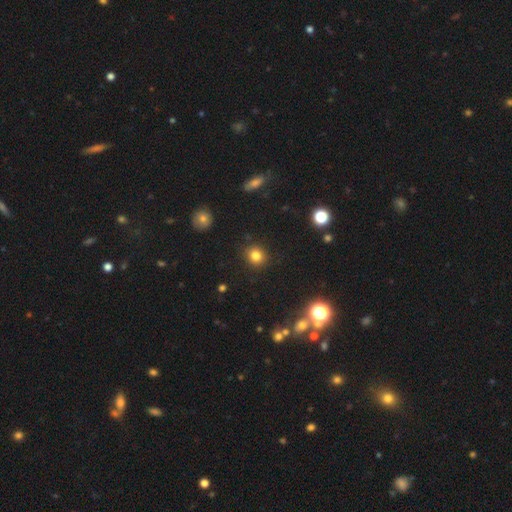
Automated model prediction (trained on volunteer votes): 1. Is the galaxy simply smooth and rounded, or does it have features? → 81% smooth, 13% star or artifact, 6% featured or disk.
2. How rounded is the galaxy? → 87% round, 12% in between, 1% cigar-shaped.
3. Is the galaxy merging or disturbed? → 90% none, 7% minor disturbance, 2% major disturbance, 1% merger.